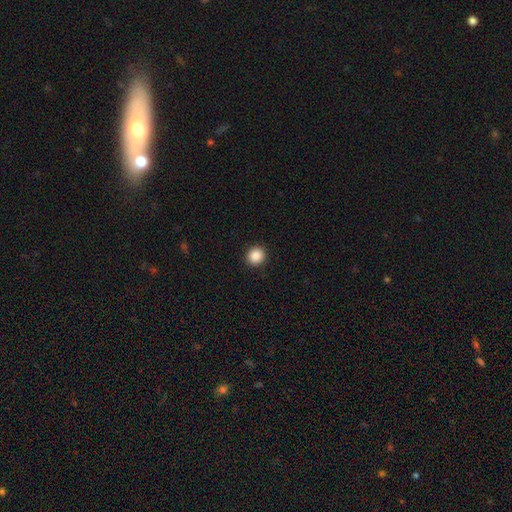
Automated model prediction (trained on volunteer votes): A smooth galaxy with no disk features (88%) that is round (90%). Merging: none (92%).